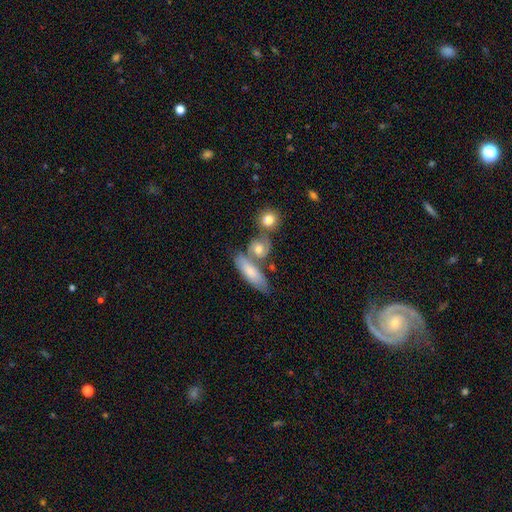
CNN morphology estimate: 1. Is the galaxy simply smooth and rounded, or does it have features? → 58% featured or disk, 30% smooth, 11% star or artifact.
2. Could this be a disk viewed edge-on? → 64% no, 36% yes.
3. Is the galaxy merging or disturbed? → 59% none, 19% merger, 16% minor disturbance, 6% major disturbance.